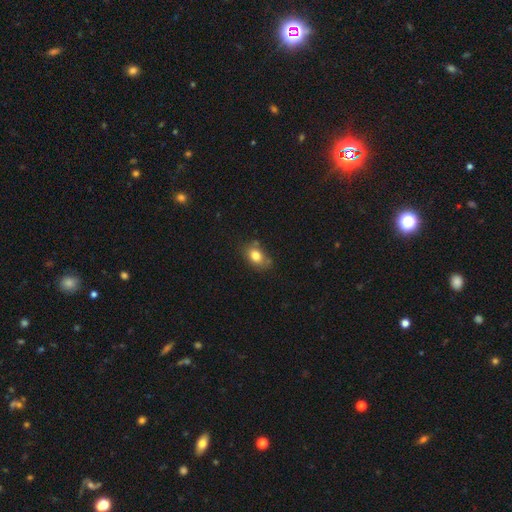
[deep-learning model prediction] This appears to be a smooth galaxy with no disk features (81%) that is in between round and cigar-shaped (73%). Merging: none (68%).